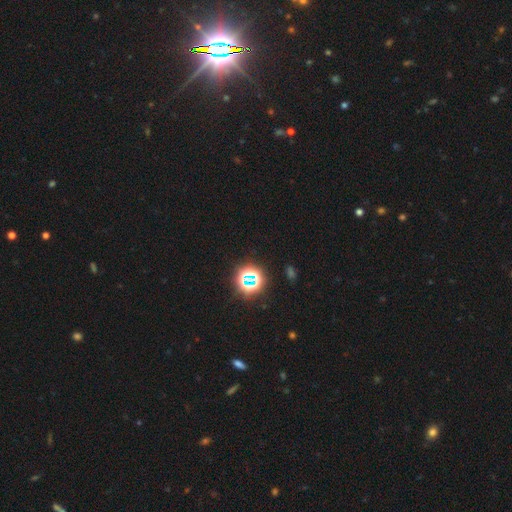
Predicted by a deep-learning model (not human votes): smooth_or_featured: star or artifact (p=0.81) [alt: smooth p=0.13]